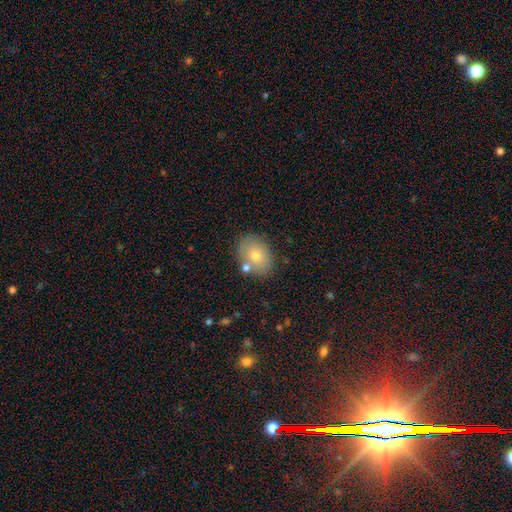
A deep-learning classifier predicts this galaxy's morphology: Smooth or featured?
  - smooth: 71% *
  - featured or disk: 20%
  - star or artifact: 9%
How rounded?
  - in between: 69% *
  - round: 30%
  - cigar-shaped: 1%
Merging?
  - none: 74% *
  - minor disturbance: 14%
  - merger: 9%
  - major disturbance: 3%